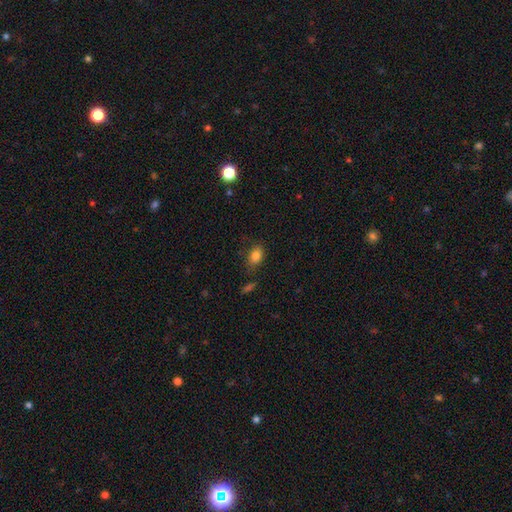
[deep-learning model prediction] Q: Smooth or featured?
A: smooth (83%); runner-up: star or artifact (11%)
Q: How rounded?
A: in between (81%); runner-up: round (17%)
Q: Merging?
A: none (75%); runner-up: minor disturbance (17%)